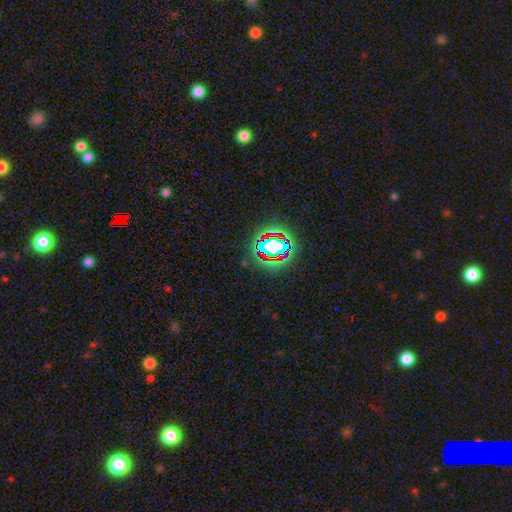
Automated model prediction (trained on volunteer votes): Morphology: type=star or artifact (76%).